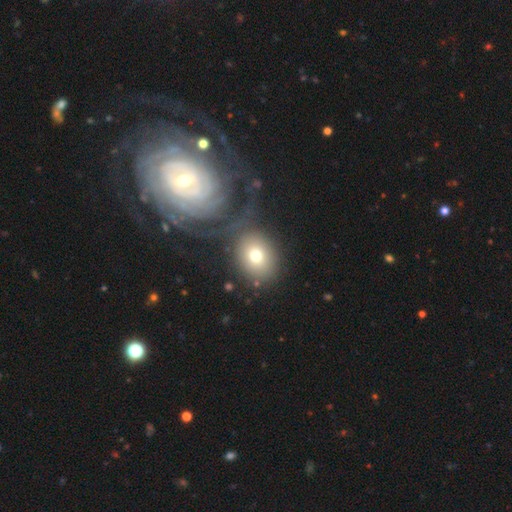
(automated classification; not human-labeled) This is likely a smooth galaxy (70%). How rounded: possibly round (59%). Merging: likely none (62%).